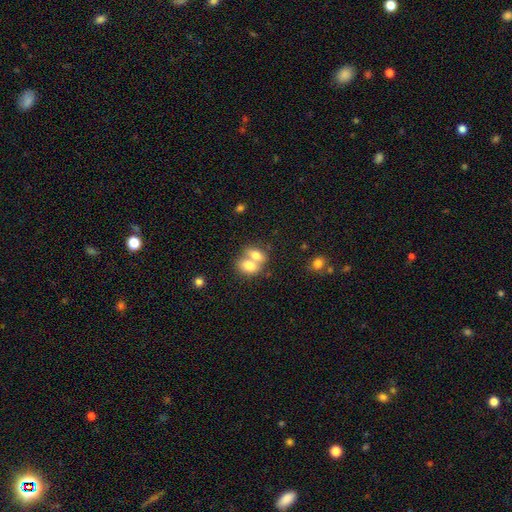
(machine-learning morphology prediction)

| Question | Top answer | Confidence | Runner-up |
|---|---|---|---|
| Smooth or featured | smooth | 74% | featured or disk (18%) |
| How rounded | in between | 77% | round (21%) |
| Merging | merger | 72% | none (20%) |